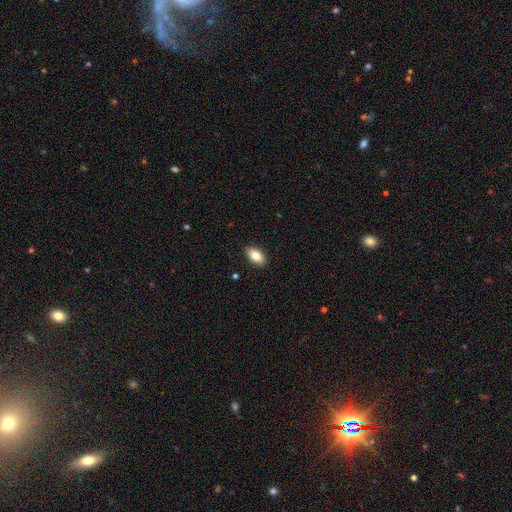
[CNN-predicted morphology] smooth_or_featured: smooth (p=0.83) [alt: featured or disk p=0.10]
how_rounded: in between (p=0.91) [alt: round p=0.05]
merging: none (p=0.89) [alt: minor disturbance p=0.08]